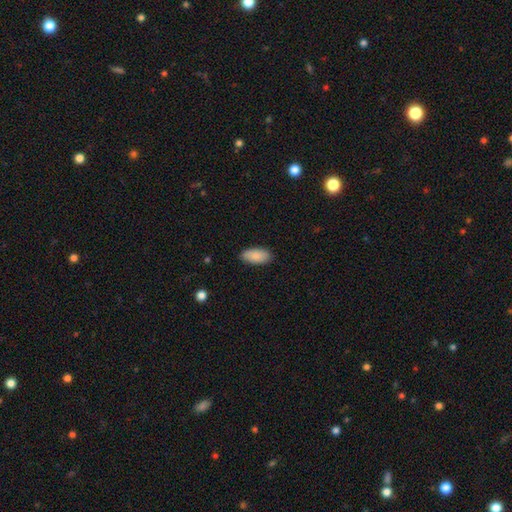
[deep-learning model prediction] Morphology: type=smooth (88%); roundness=in between (93%); merging=none (87%).